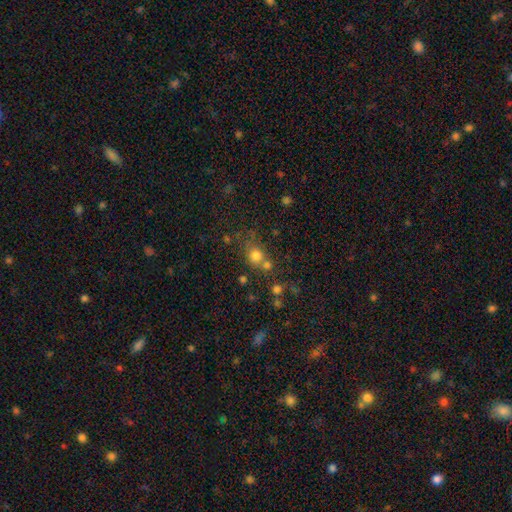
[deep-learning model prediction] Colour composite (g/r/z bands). It shows a smooth galaxy with no disk features (75%) that is round (80%). Merging: none (51%).